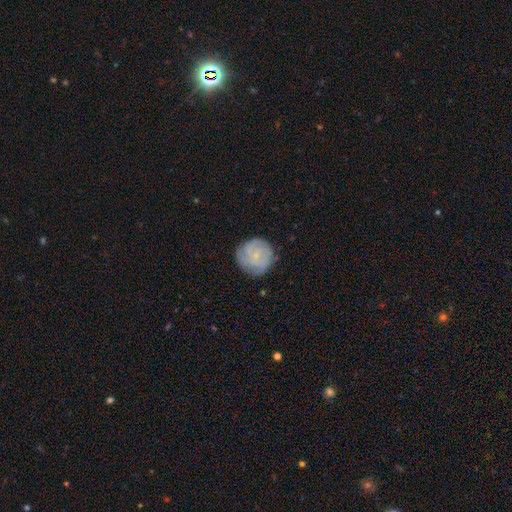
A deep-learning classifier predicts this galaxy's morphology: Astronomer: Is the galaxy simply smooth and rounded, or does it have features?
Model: smooth — 49% (runner-up: featured or disk, 43%).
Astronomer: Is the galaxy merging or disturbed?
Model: none — 76%.